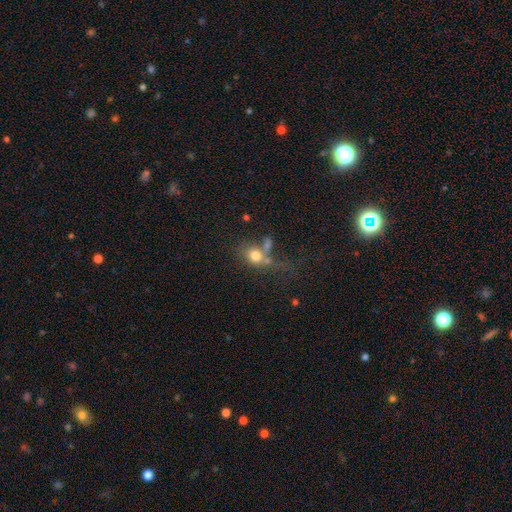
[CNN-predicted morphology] A smooth galaxy with no disk features (74%) that is round (56%).

Vote fractions:
- Smooth or featured? smooth: 74% / featured or disk: 15% / star or artifact: 11%
- How rounded? round: 56% / in between: 42% / cigar-shaped: 2%
- Merging? merger: 38% / none: 31% / major disturbance: 17% / minor disturbance: 14%